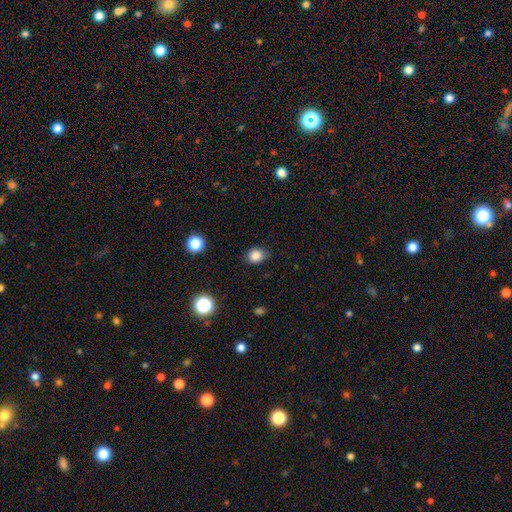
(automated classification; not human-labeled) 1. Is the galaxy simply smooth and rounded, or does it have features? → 84% smooth, 11% star or artifact, 4% featured or disk.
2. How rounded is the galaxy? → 64% round, 35% in between, 1% cigar-shaped.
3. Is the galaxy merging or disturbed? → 77% none, 18% minor disturbance, 4% major disturbance, 1% merger.